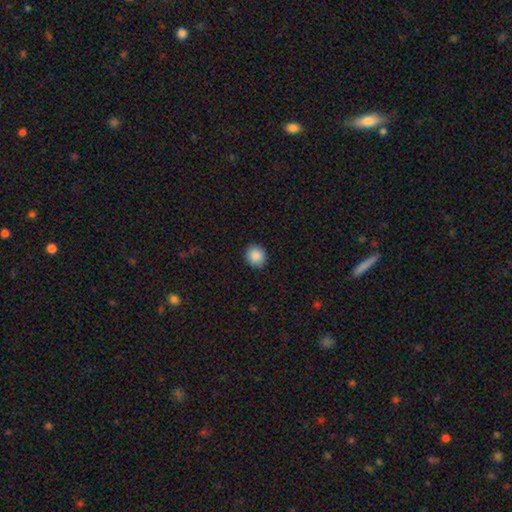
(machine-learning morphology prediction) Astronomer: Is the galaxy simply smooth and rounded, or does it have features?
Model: smooth — 88%.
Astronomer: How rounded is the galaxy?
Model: round — 85%.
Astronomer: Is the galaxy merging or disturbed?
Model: none — 90%.